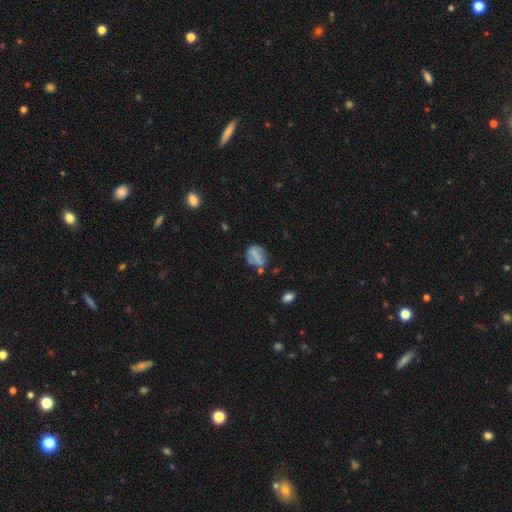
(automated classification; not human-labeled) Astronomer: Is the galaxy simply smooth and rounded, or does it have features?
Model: smooth — 58%.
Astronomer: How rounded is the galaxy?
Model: in between — 56% (runner-up: round, 40%).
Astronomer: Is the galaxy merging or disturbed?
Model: none — 50% (runner-up: minor disturbance, 26%).